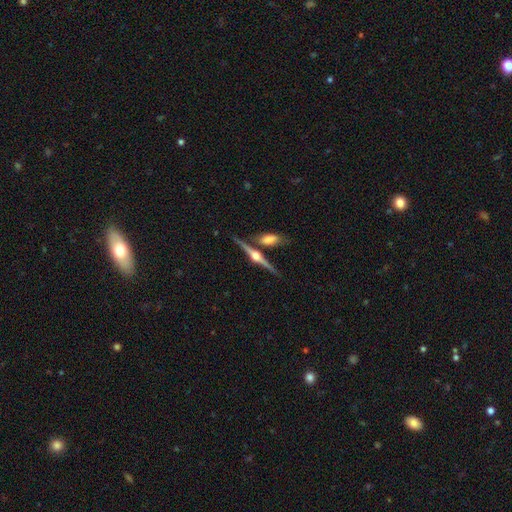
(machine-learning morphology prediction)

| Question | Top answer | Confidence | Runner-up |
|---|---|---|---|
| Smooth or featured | featured or disk | 86% | smooth (9%) |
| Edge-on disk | yes | 98% | no (2%) |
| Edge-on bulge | rounded | 95% | boxy (3%) |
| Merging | none | 76% | merger (13%) |